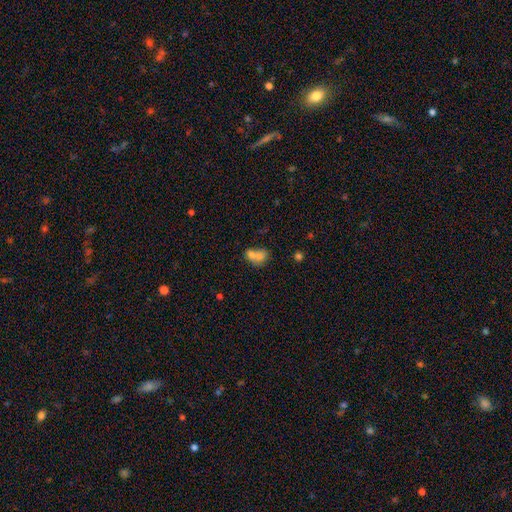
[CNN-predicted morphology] Q: Smooth or featured?
A: smooth (71%); runner-up: featured or disk (19%)
Q: How rounded?
A: in between (50%); runner-up: round (48%)
Q: Merging?
A: merger (69%); runner-up: none (20%)